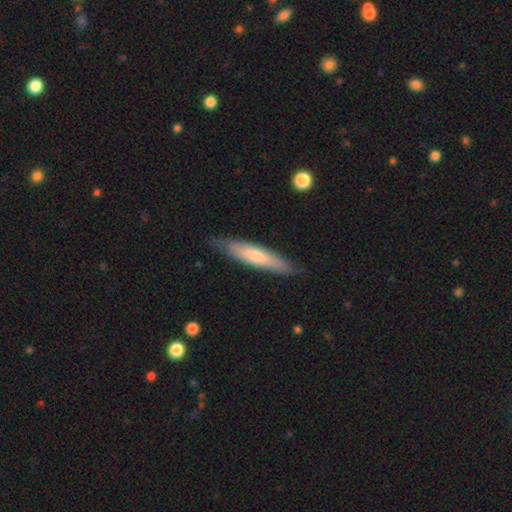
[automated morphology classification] Overall: smooth (65%; featured or disk 30%). How rounded: cigar-shaped (84%). Merging: none (84%).